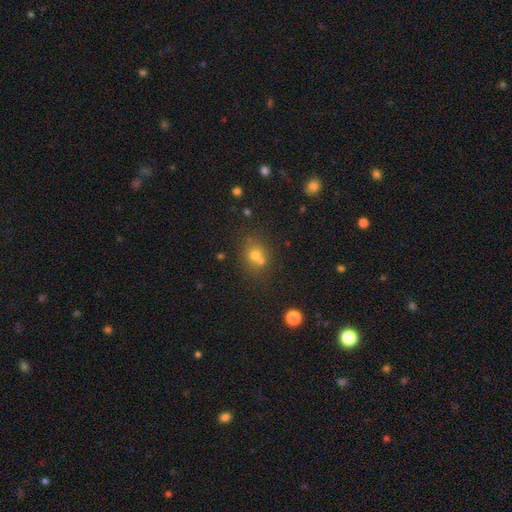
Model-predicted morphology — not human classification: A smooth galaxy with no disk features (66%) that is round (72%).

Vote fractions:
- Smooth or featured? smooth: 66% / star or artifact: 19% / featured or disk: 14%
- How rounded? round: 72% / in between: 27% / cigar-shaped: 1%
- Merging? none: 51% / merger: 35% / minor disturbance: 10% / major disturbance: 4%